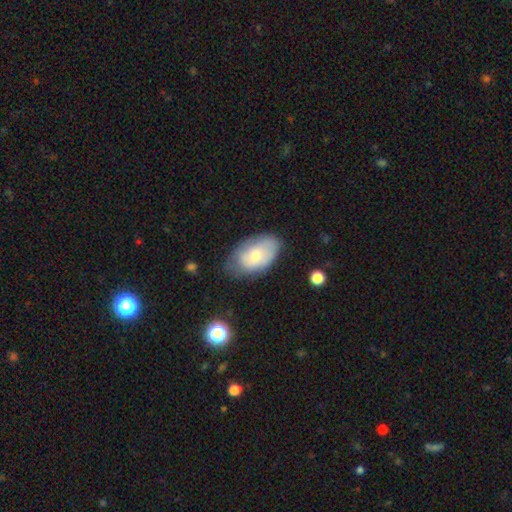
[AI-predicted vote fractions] Smooth or featured? Predicted: smooth (p=0.64). How rounded? Predicted: in between (p=0.91). Merging? Predicted: none (p=0.61).